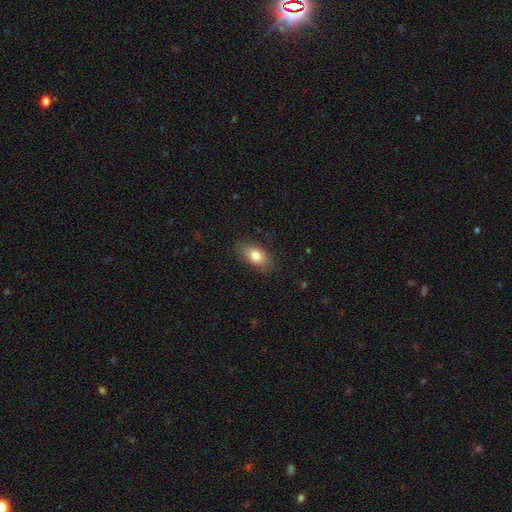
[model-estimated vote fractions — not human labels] Overall: smooth (81%). How rounded: in between (88%). Merging: none (84%).